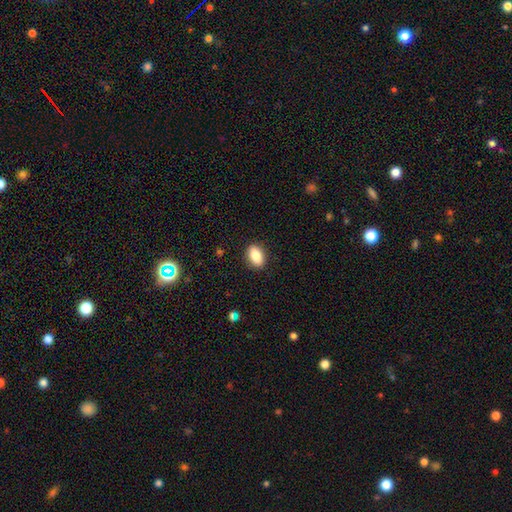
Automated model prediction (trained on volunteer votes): Morphology: type=smooth (83%); roundness=in between (86%); merging=none (89%).